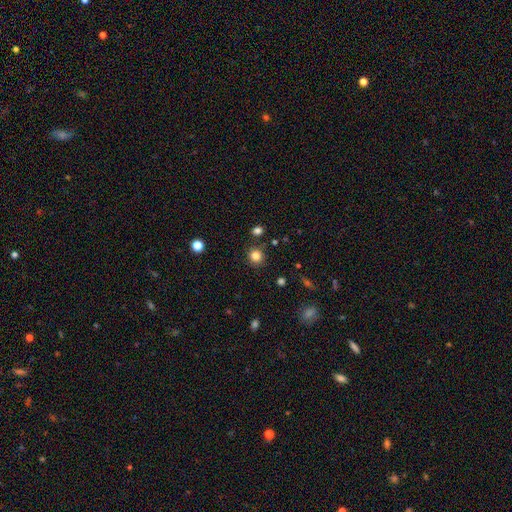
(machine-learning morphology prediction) This appears to be a smooth galaxy with no disk features (83%) that is round (90%). Merging: none (87%).